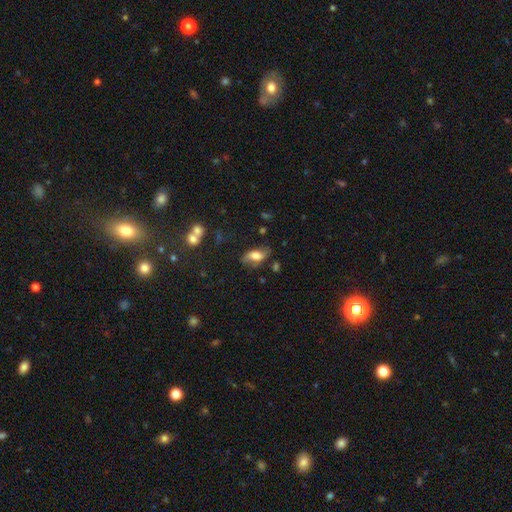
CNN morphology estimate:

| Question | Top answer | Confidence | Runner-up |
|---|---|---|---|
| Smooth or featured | smooth | 55% | featured or disk (36%) |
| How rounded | in between | 83% | cigar-shaped (11%) |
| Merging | none | 63% | minor disturbance (24%) |